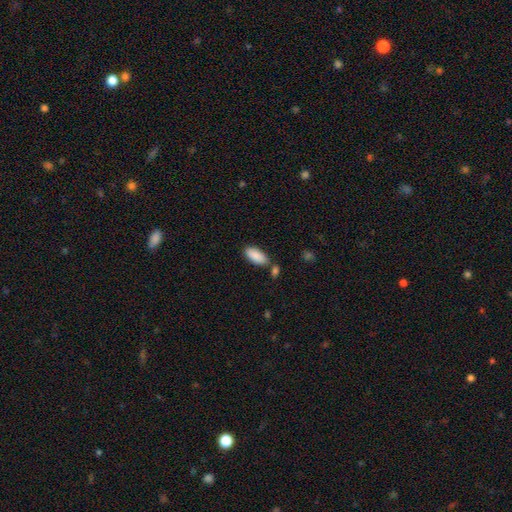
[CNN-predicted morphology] Smooth or featured: smooth — 89% (star or artifact — 6%)
How rounded: in between — 91% (cigar-shaped — 8%)
Merging: none — 73% (minor disturbance — 12%)